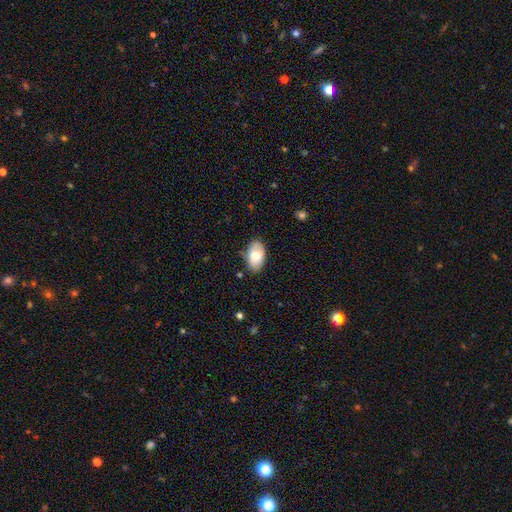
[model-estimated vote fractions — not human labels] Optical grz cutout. It shows a smooth galaxy with no disk features (76%) that is in between round and cigar-shaped (94%). Merging: none (78%).